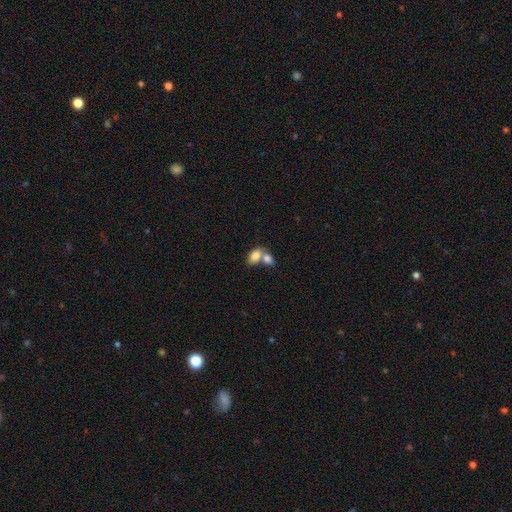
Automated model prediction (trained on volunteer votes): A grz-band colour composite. It shows a smooth galaxy with no disk features (81%) that is in between round and cigar-shaped (88%). Merging: merger (66%).